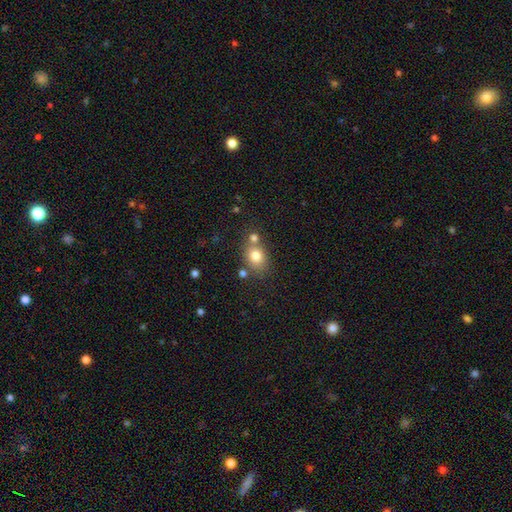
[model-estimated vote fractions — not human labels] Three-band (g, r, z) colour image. It shows a smooth galaxy with no disk features (79%) that is in between round and cigar-shaped (52%). Merging: none (60%).